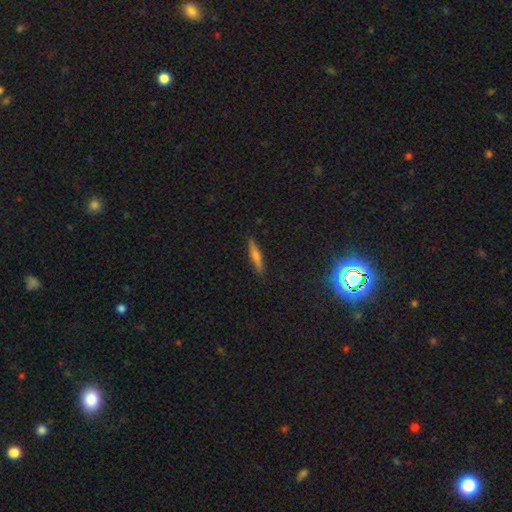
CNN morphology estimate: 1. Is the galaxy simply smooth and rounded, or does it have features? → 59% smooth, 32% featured or disk, 9% star or artifact.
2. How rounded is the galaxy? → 88% cigar-shaped, 10% in between, 2% round.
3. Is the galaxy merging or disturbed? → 88% none, 9% minor disturbance, 2% major disturbance, 1% merger.